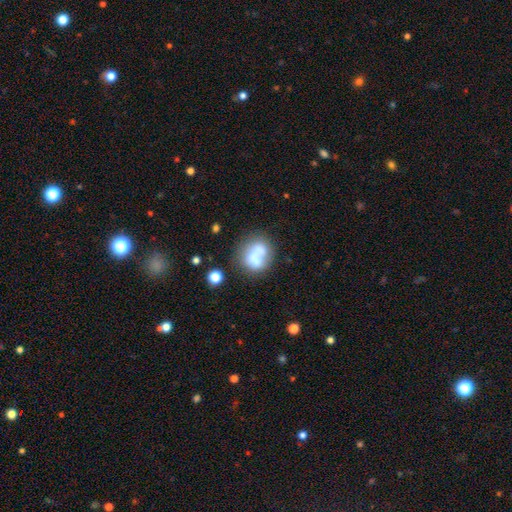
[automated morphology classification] This appears to be a smooth galaxy with no disk features (62%) that is round (58%). Merging: none (39%).